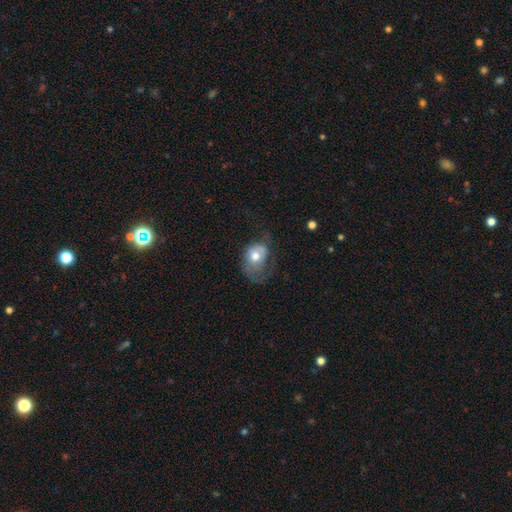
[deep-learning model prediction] The model was most divided on "merging": major disturbance: 45%, minor disturbance: 28%, none: 24%, merger: 2%. More confident: smooth or featured — smooth (68%); how rounded — in between (61%).